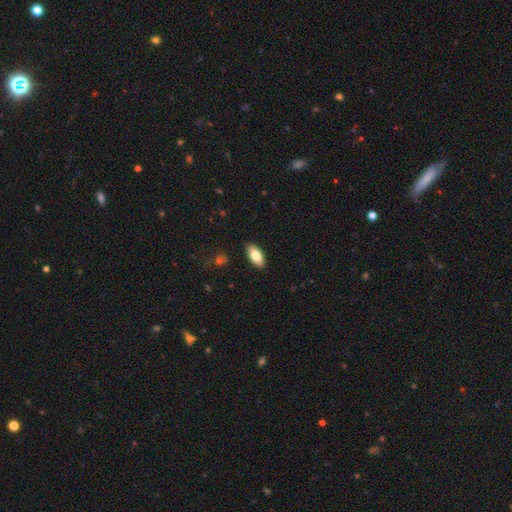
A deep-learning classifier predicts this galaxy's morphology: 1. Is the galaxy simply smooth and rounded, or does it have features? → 78% smooth, 15% featured or disk, 6% star or artifact.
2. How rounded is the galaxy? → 91% in between, 7% cigar-shaped, 3% round.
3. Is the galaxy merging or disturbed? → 89% none, 8% minor disturbance, 2% major disturbance, 1% merger.